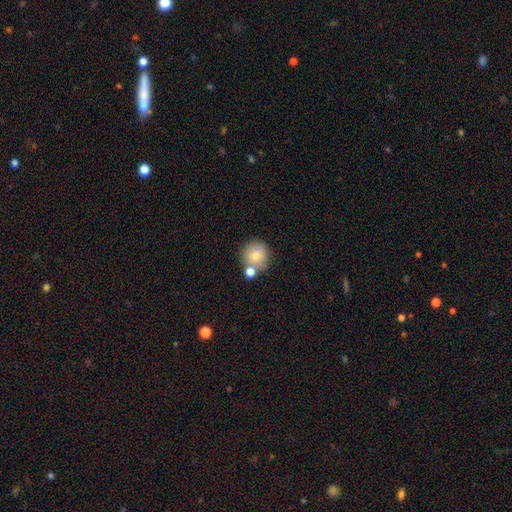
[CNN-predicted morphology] This appears to be a smooth galaxy with no disk features (77%) that is round (92%). Merging: none (62%).